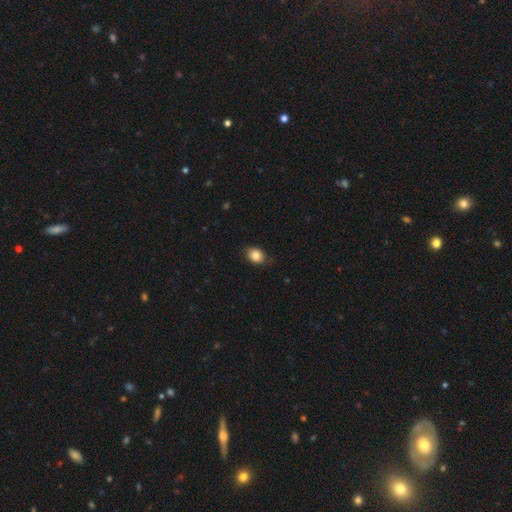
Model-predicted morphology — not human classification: smooth_or_featured: smooth (p=0.84) [alt: star or artifact p=0.09]
how_rounded: in between (p=0.61) [alt: round p=0.38]
merging: none (p=0.80) [alt: minor disturbance p=0.16]